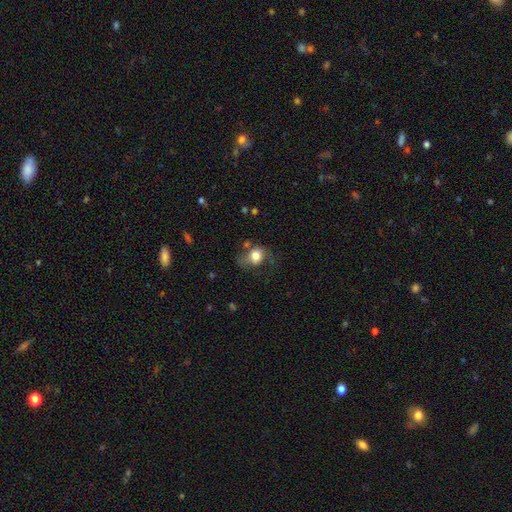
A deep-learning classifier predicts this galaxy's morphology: type=smooth (74%); roundness=in between (51%); merging=none (40%).